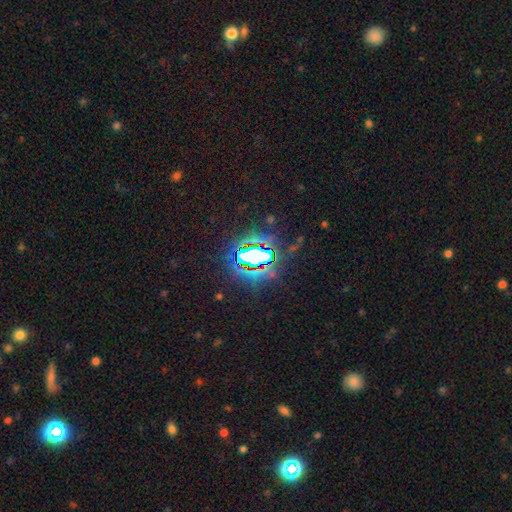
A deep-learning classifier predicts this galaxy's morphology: Smooth or featured? star or artifact (70%)